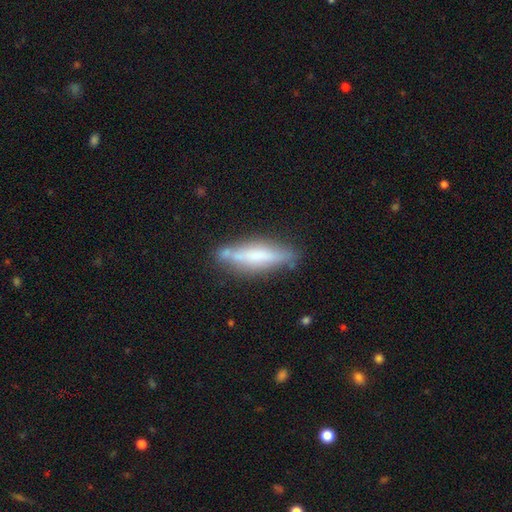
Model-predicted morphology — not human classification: This is possibly a smooth galaxy (47%). Merging: likely none (72%).